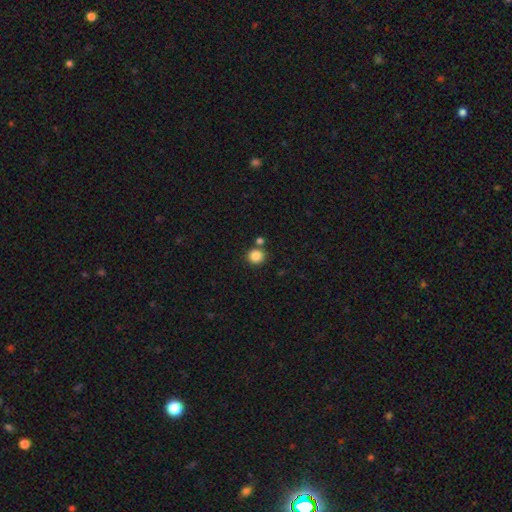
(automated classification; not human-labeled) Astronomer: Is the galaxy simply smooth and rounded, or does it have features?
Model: smooth — 86%.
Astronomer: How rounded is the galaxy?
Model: round — 90%.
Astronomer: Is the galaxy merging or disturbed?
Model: none — 77%.